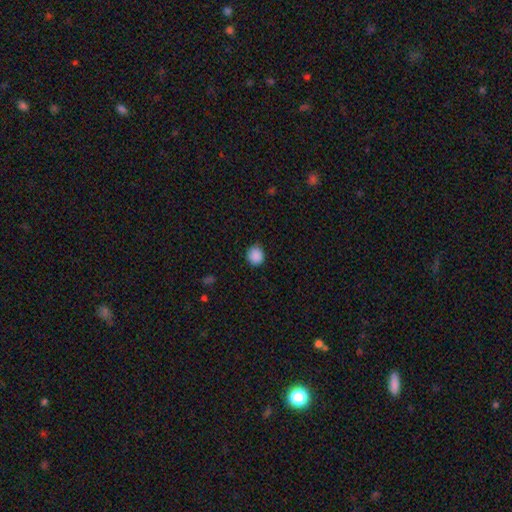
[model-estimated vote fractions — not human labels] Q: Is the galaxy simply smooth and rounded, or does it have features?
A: smooth — 89%.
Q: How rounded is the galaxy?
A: round — 85%.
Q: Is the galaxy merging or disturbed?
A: none — 85%.